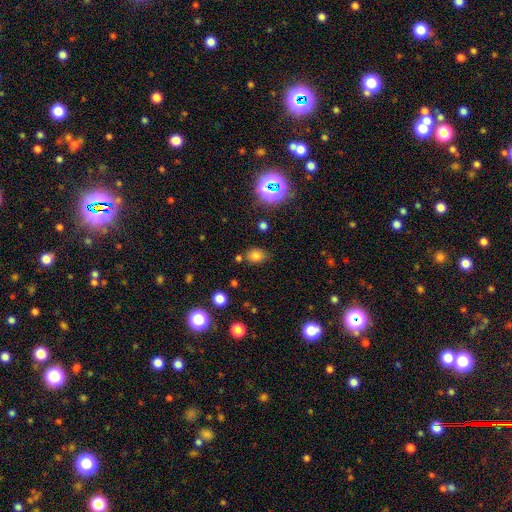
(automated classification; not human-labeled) Morphology: type=smooth (73%); roundness=in between (51%); merging=none (74%).